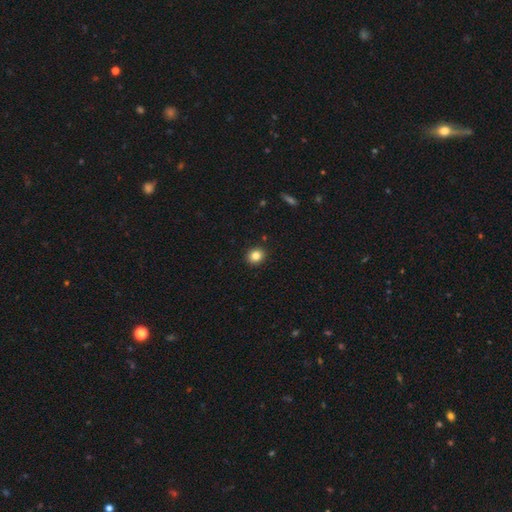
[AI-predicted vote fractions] smooth_or_featured: smooth (p=0.83) [alt: star or artifact p=0.11]
how_rounded: round (p=0.72) [alt: in between p=0.27]
merging: none (p=0.91) [alt: minor disturbance p=0.06]